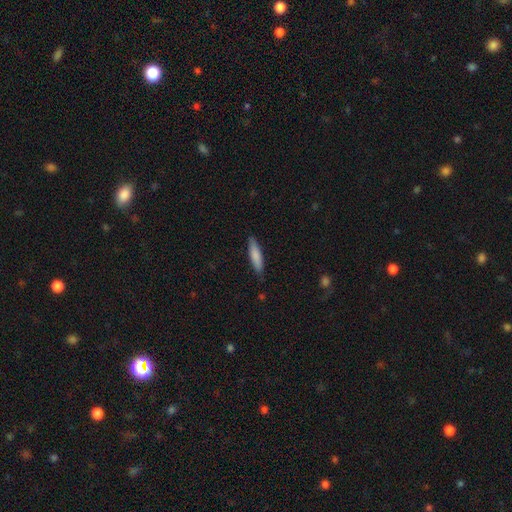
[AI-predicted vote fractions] Overall: smooth (82%). How rounded: cigar-shaped (74%). Merging: none (84%).